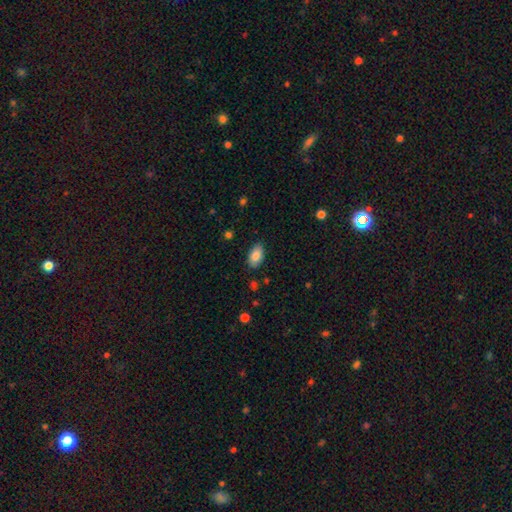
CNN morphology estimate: Smooth or featured? smooth (84%)
How rounded? in between (92%)
Merging? none (85%)